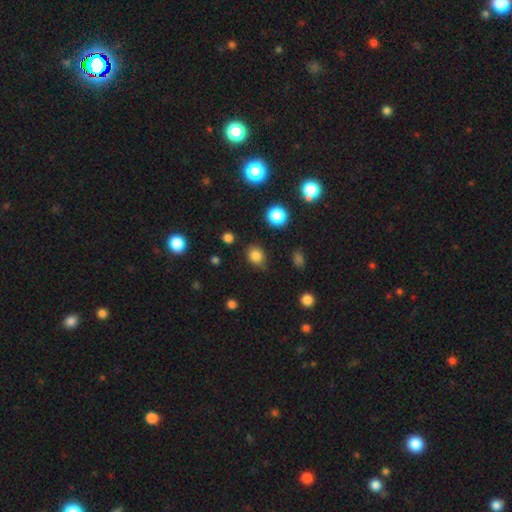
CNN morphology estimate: This is clearly a smooth galaxy (82%). How rounded: possibly round (57%). Merging: likely none (76%).